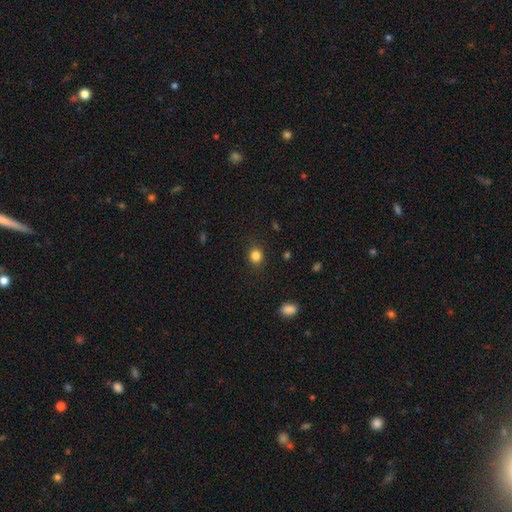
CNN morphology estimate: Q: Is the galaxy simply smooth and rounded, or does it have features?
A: smooth — 84%.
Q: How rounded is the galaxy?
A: round — 75%.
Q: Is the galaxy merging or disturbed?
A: none — 87%.